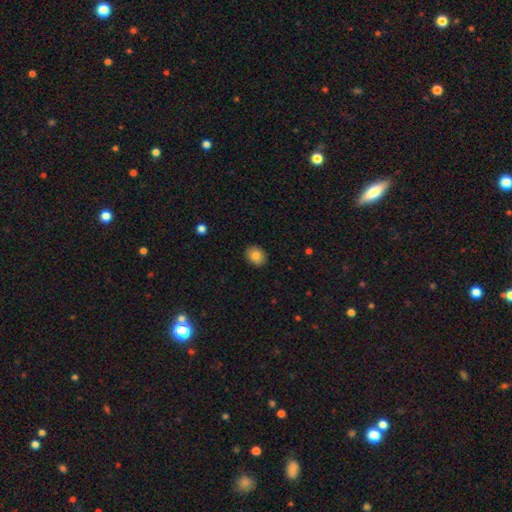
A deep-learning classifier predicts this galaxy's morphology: Overall: smooth (83%). How rounded: round (57%; in between 42%). Merging: none (89%).